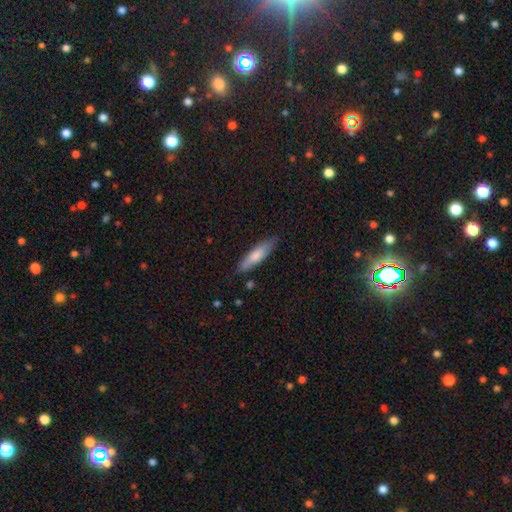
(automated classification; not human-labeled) This is likely a smooth galaxy (74%). How rounded: likely cigar-shaped (70%). Merging: clearly none (81%).